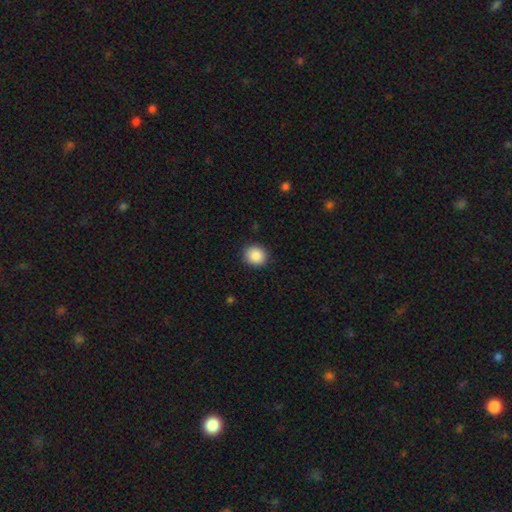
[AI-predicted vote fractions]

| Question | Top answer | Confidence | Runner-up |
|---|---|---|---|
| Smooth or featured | smooth | 88% | star or artifact (8%) |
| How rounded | round | 80% | in between (19%) |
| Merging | none | 91% | minor disturbance (6%) |